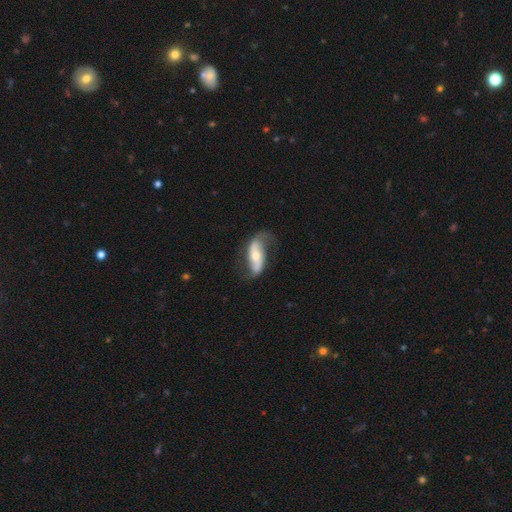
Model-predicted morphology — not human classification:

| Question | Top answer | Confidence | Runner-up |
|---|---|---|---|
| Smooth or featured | featured or disk | 73% | smooth (22%) |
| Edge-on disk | no | 88% | yes (12%) |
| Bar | no | 43% | strong (31%) |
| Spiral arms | yes | 86% | no (14%) |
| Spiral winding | loose | 69% | medium (22%) |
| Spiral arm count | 2 | 88% | can't tell (5%) |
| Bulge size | moderate | 55% | small (38%) |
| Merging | none | 61% | minor disturbance (23%) |